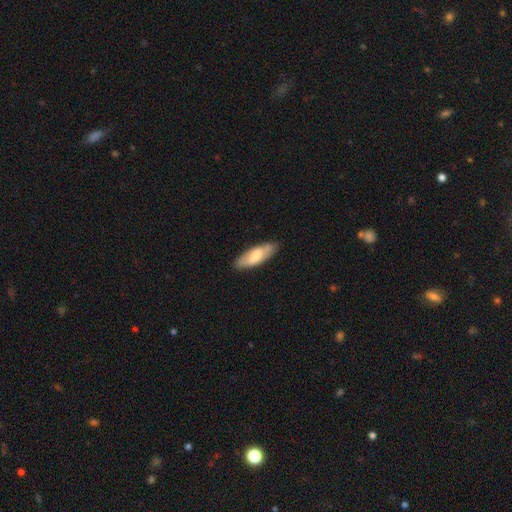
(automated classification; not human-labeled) smooth 61%, featured or disk 34%, star or artifact 5%. Down the decision tree: how rounded — in between (66%); merging — none (81%).